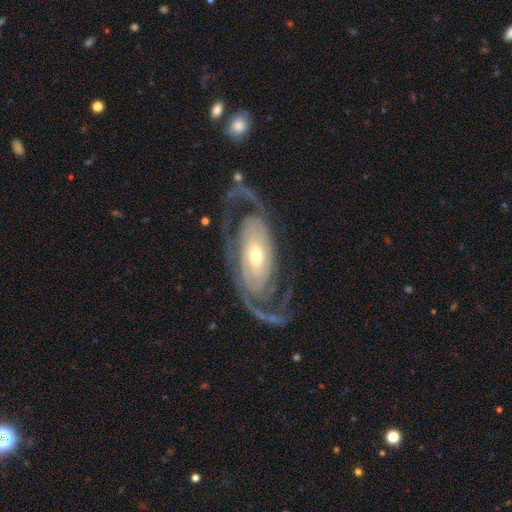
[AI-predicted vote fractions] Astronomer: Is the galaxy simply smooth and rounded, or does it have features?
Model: featured or disk — 89%.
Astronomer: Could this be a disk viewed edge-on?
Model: no — 95%.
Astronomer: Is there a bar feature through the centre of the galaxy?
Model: no — 57%.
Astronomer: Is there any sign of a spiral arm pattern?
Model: yes — 95%.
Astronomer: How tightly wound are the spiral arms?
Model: medium — 39% (runner-up: tight, 38%).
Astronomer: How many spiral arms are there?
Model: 2 — 82%.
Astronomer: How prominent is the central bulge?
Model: moderate — 51% (runner-up: small, 39%).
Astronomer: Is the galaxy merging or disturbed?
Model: none — 67%.